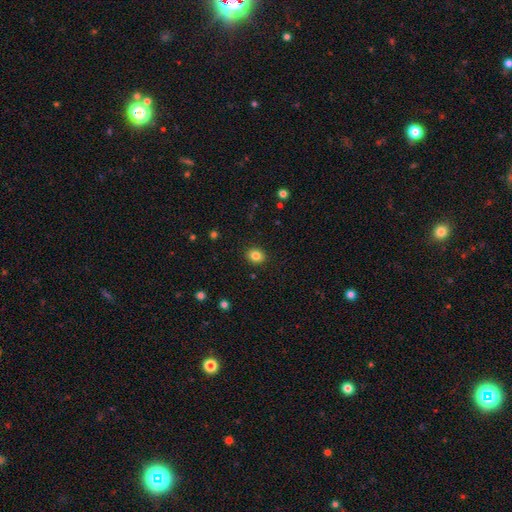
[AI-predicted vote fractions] This appears to be a smooth galaxy with no disk features (83%) that is round (62%). Merging: none (90%).